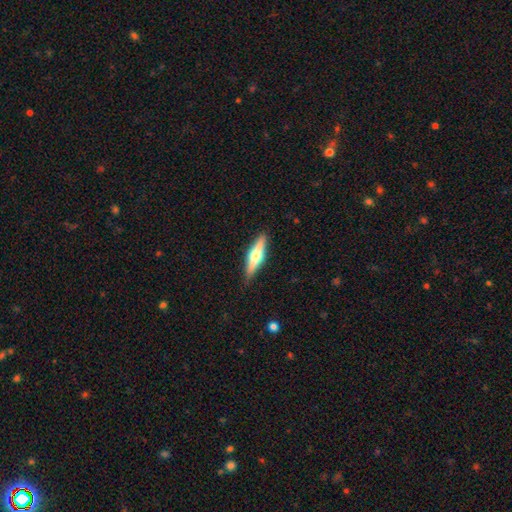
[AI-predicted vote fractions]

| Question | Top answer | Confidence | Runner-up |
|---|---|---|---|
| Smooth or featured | featured or disk | 62% | smooth (33%) |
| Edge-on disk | yes | 96% | no (4%) |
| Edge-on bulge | rounded | 95% | boxy (3%) |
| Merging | none | 90% | minor disturbance (8%) |